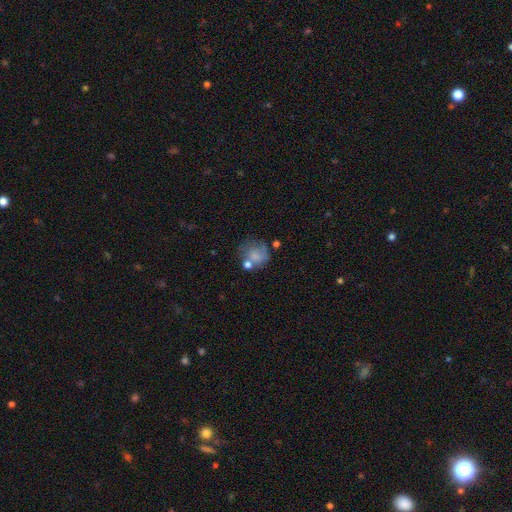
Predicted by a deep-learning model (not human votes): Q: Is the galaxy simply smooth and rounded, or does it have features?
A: smooth — 63%.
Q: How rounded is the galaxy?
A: round — 74%.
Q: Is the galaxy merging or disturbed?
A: none — 40%.